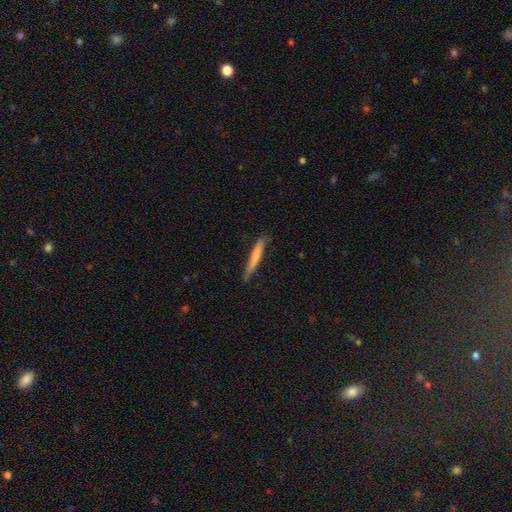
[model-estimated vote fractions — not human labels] This appears to be a smooth galaxy with no disk features (68%) that is cigar-shaped (94%). Merging: none (77%).